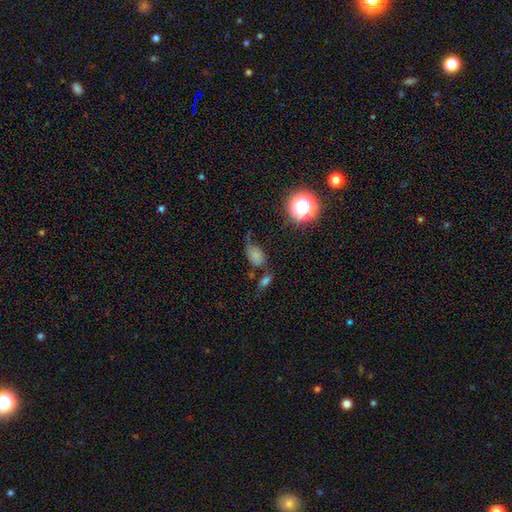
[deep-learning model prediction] Morphology: type=smooth (69%); roundness=in between (83%); merging=none (39%).